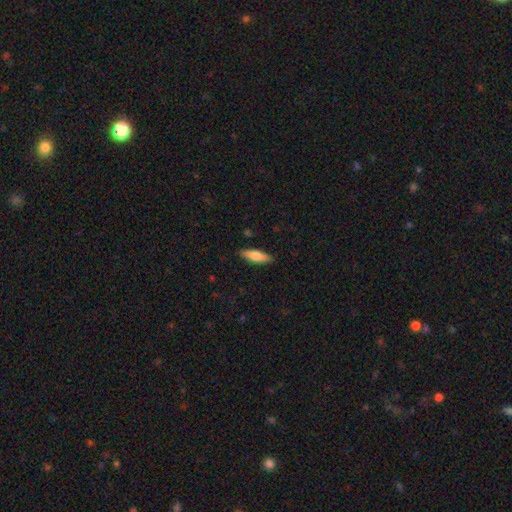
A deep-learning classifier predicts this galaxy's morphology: smooth_or_featured: smooth (p=0.72) [alt: featured or disk p=0.22]
how_rounded: in between (p=0.49) [tied with: cigar-shaped p=0.49]
merging: none (p=0.88) [alt: minor disturbance p=0.09]